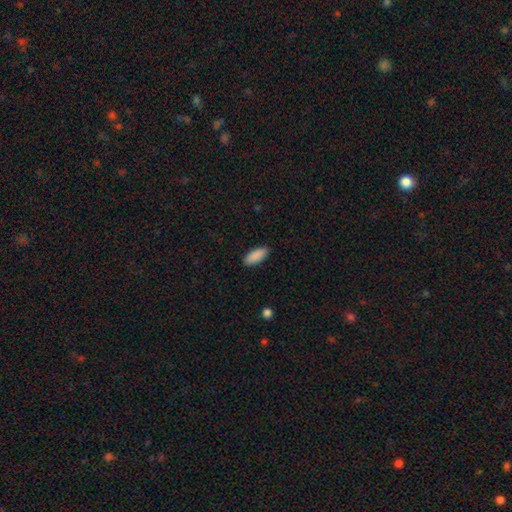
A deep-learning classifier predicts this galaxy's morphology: A smooth galaxy with no disk features (90%) that is in between round and cigar-shaped (81%).

Vote fractions:
- Smooth or featured? smooth: 90% / star or artifact: 6% / featured or disk: 4%
- How rounded? in between: 81% / cigar-shaped: 18% / round: 2%
- Merging? none: 89% / minor disturbance: 8% / major disturbance: 2% / merger: 1%